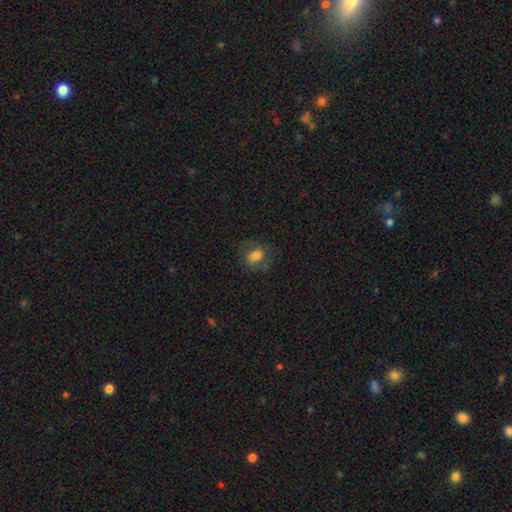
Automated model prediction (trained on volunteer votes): Q: Smooth or featured?
A: smooth (73%); runner-up: featured or disk (17%)
Q: How rounded?
A: in between (63%); runner-up: round (35%)
Q: Merging?
A: none (72%); runner-up: minor disturbance (17%)